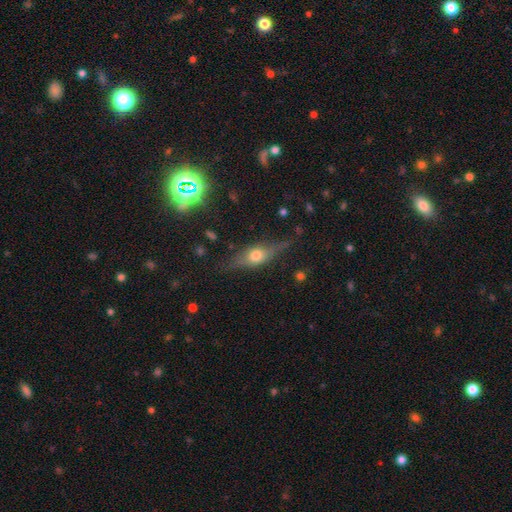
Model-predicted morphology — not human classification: This is possibly a featured or disk galaxy (45%, tied with smooth). Merging: likely none (70%).